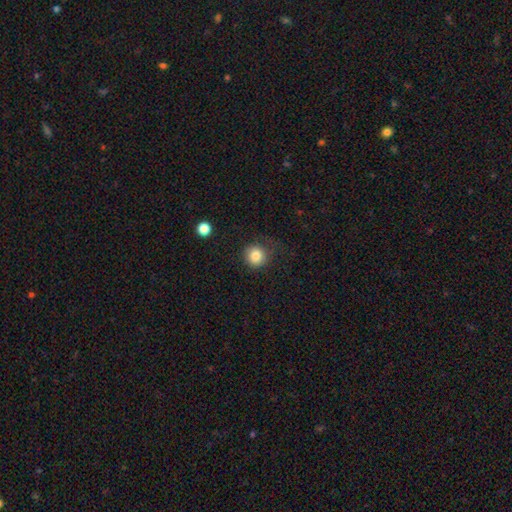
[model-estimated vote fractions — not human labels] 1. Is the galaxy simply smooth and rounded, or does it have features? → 83% smooth, 11% star or artifact, 6% featured or disk.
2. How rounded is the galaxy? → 93% round, 7% in between, 1% cigar-shaped.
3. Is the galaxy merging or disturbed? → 78% none, 14% minor disturbance, 6% major disturbance, 2% merger.